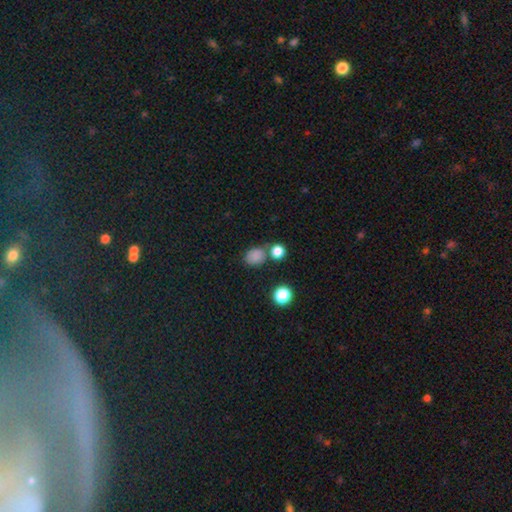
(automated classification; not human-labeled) Q: Smooth or featured?
A: smooth (81%); runner-up: star or artifact (14%)
Q: How rounded?
A: round (55%); runner-up: in between (44%)
Q: Merging?
A: none (65%); runner-up: merger (16%)